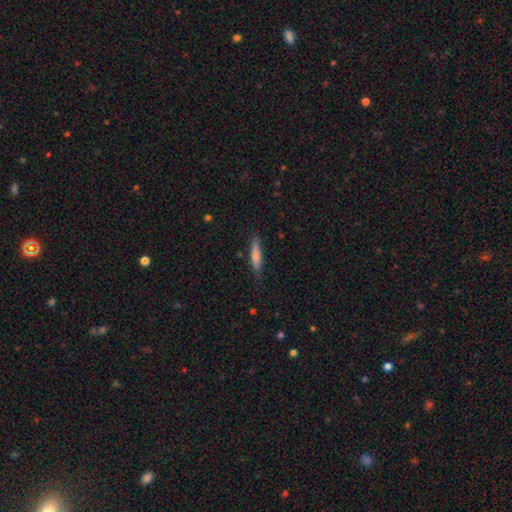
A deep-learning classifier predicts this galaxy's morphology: Smooth or featured?
  - smooth: 65% *
  - featured or disk: 28%
  - star or artifact: 7%
How rounded?
  - cigar-shaped: 89% *
  - in between: 9%
  - round: 2%
Merging?
  - none: 84% *
  - minor disturbance: 13%
  - major disturbance: 2%
  - merger: 1%